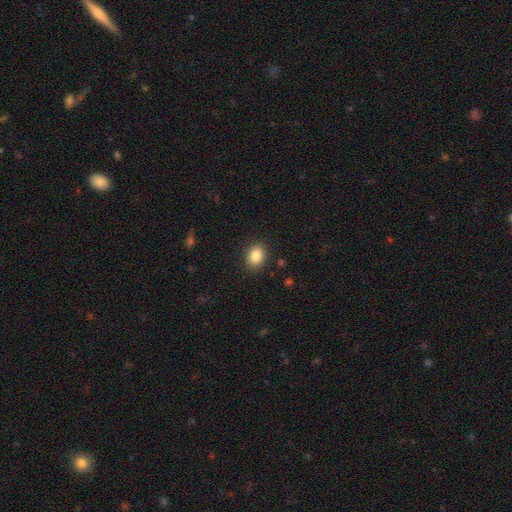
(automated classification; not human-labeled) A smooth galaxy with no disk features (86%) that is in between round and cigar-shaped (62%). Merging: none (88%).